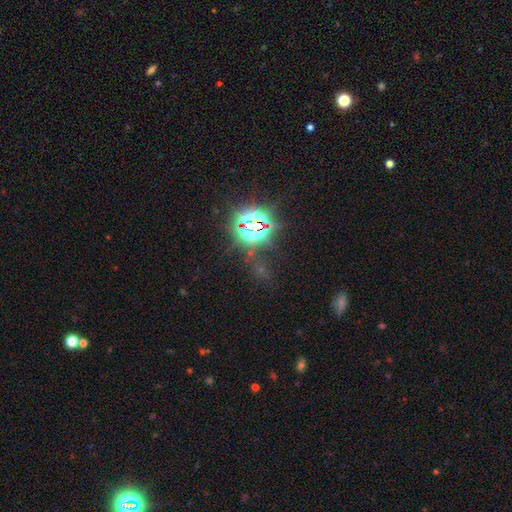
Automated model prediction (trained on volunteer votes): Smooth or featured: star or artifact — 73% (smooth — 19%)